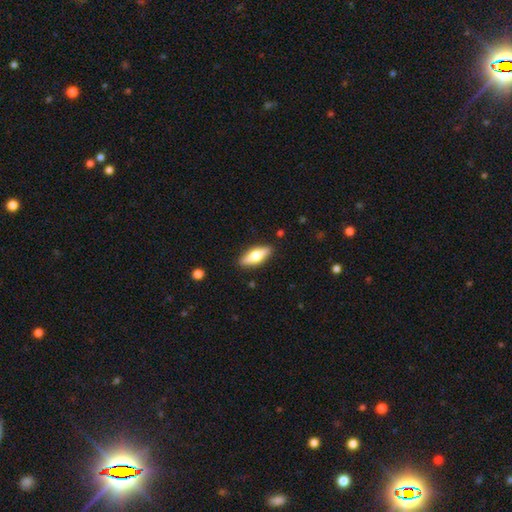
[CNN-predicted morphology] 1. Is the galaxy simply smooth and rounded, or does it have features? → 52% smooth, 42% featured or disk, 6% star or artifact.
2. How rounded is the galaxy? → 60% in between, 37% cigar-shaped, 3% round.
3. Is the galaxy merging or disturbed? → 88% none, 9% minor disturbance, 2% major disturbance, 1% merger.